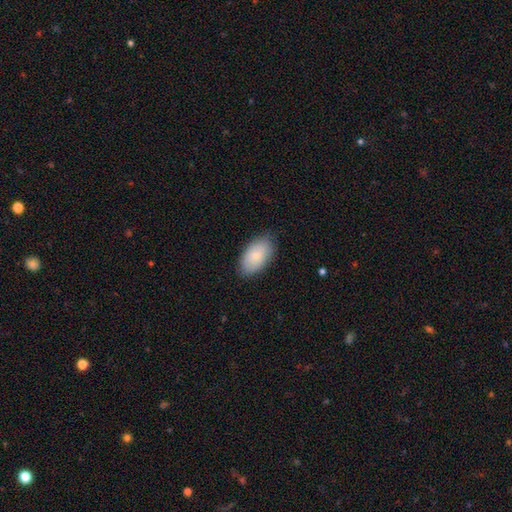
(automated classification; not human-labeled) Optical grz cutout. It shows a smooth galaxy with no disk features (82%) that is in between round and cigar-shaped (94%). Merging: none (81%).